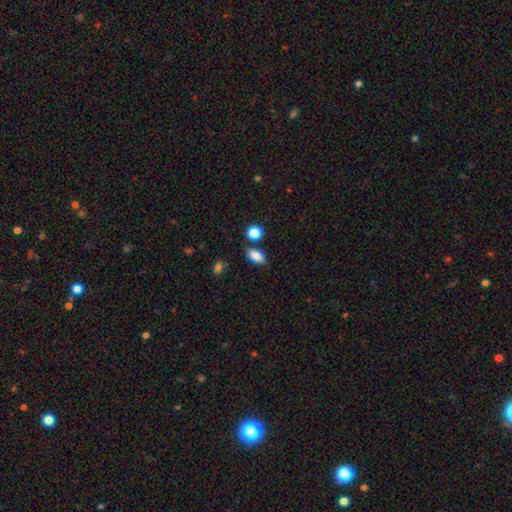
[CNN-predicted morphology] Overall: smooth (86%). How rounded: in between (87%). Merging: none (77%).